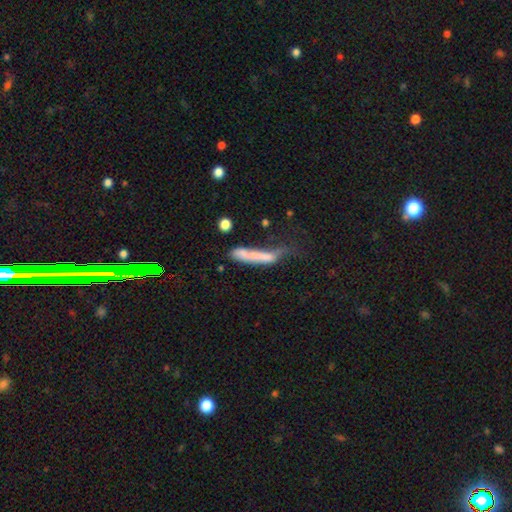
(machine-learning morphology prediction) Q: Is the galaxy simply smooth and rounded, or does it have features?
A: smooth — 59%.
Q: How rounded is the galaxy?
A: cigar-shaped — 87%.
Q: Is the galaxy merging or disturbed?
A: major disturbance — 31%.